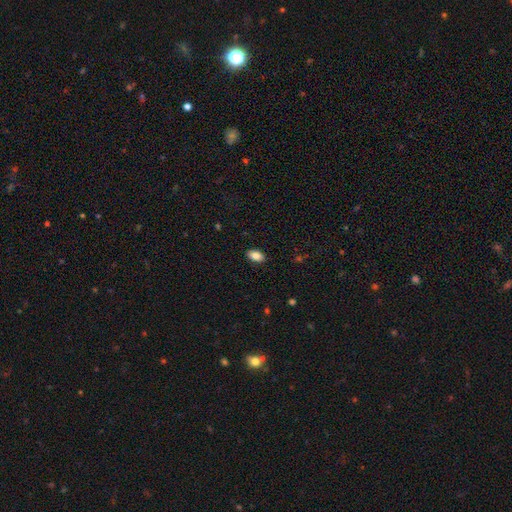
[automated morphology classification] smooth-or-featured: smooth: 85% | star or artifact: 8% | featured or disk: 7%
  how-rounded: in between: 91% | round: 6% | cigar-shaped: 3%
  merging: none: 89% | minor disturbance: 8% | major disturbance: 2% | merger: 1%